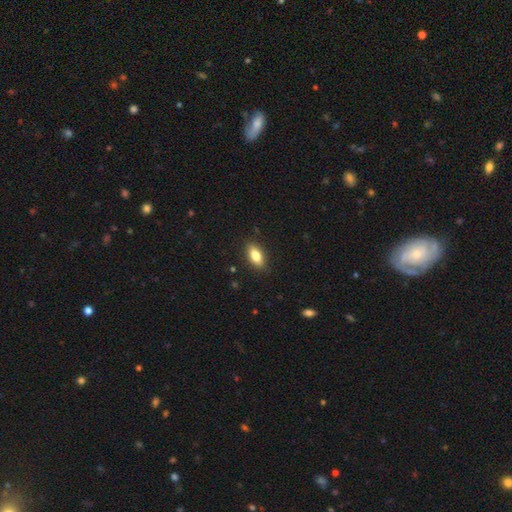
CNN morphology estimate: smooth-or-featured: smooth: 81% | featured or disk: 11% | star or artifact: 7%
  how-rounded: in between: 86% | cigar-shaped: 10% | round: 4%
  merging: none: 87% | minor disturbance: 9% | major disturbance: 2% | merger: 1%